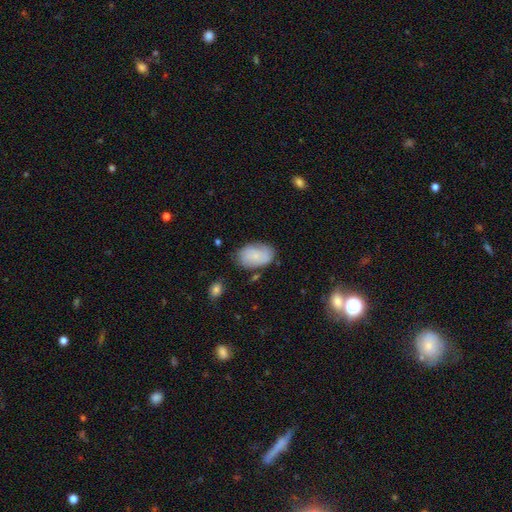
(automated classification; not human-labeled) Smooth or featured: smooth — 68% (featured or disk — 25%)
How rounded: in between — 90% (round — 9%)
Merging: none — 69% (minor disturbance — 22%)